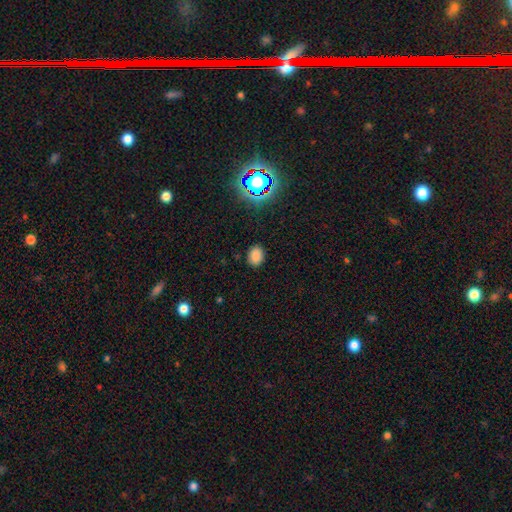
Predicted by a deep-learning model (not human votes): The model was most divided on "how rounded": in between: 67%, round: 32%, cigar-shaped: 1%. More confident: merging — none (87%); smooth or featured — smooth (80%).